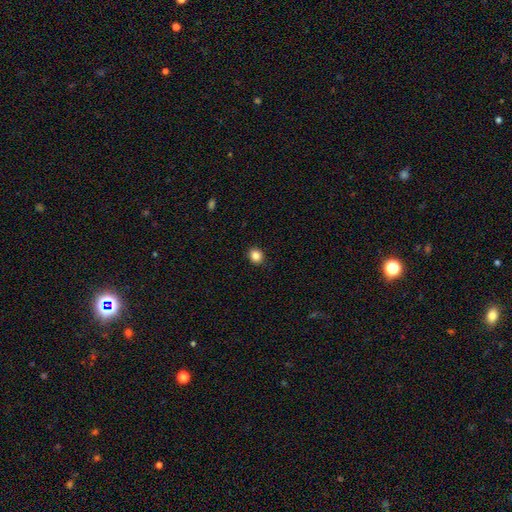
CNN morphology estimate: This appears to be a smooth galaxy with no disk features (85%) that is round (78%). Merging: none (91%).